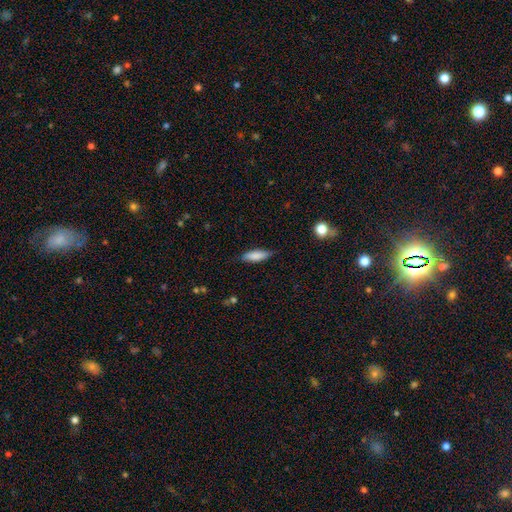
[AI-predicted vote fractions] Q: Smooth or featured?
A: smooth (80%); runner-up: featured or disk (14%)
Q: How rounded?
A: in between (51%); runner-up: cigar-shaped (47%)
Q: Merging?
A: none (77%); runner-up: minor disturbance (18%)